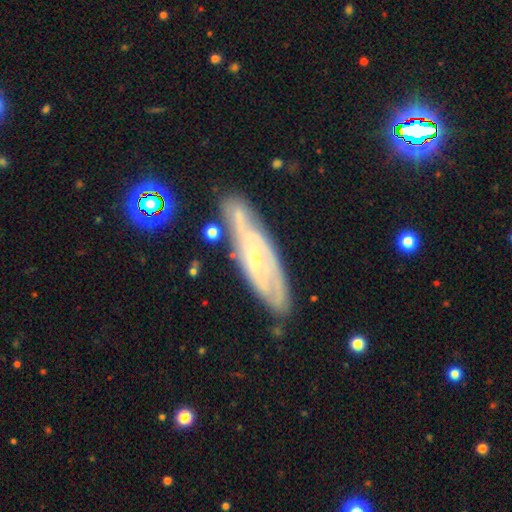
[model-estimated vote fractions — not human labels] Morphology: type=featured or disk (75%); edge-on=no (74%); bar=no (64%); spiral arms=yes (86%); bulge=small (74%); merging=none (75%).